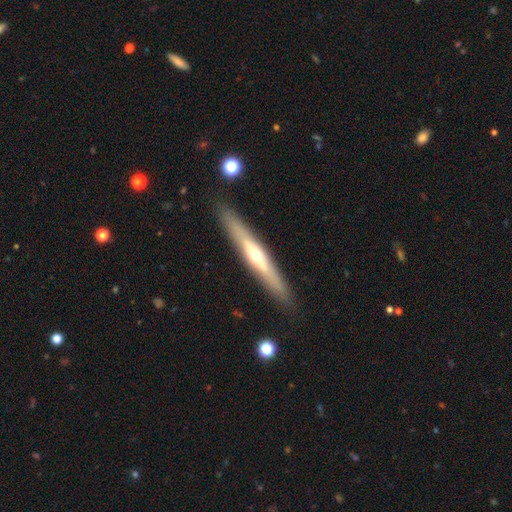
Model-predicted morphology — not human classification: featured or disk 65%, smooth 30%, star or artifact 6%. Down the decision tree: edge-on disk — yes (91%); edge-on bulge — rounded (81%); merging — none (89%).